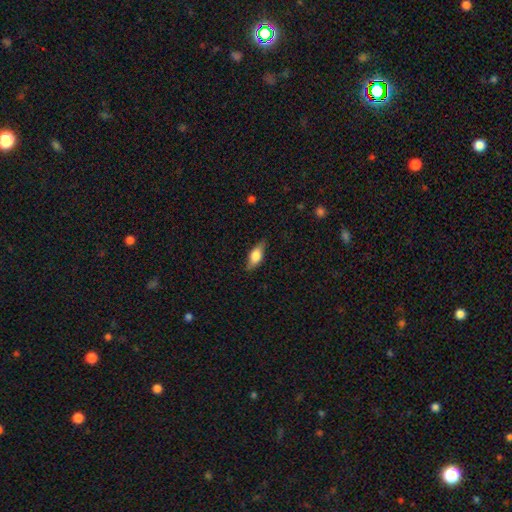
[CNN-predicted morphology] Q: Smooth or featured?
A: smooth (67%); runner-up: featured or disk (26%)
Q: How rounded?
A: in between (76%); runner-up: cigar-shaped (19%)
Q: Merging?
A: none (80%); runner-up: minor disturbance (16%)